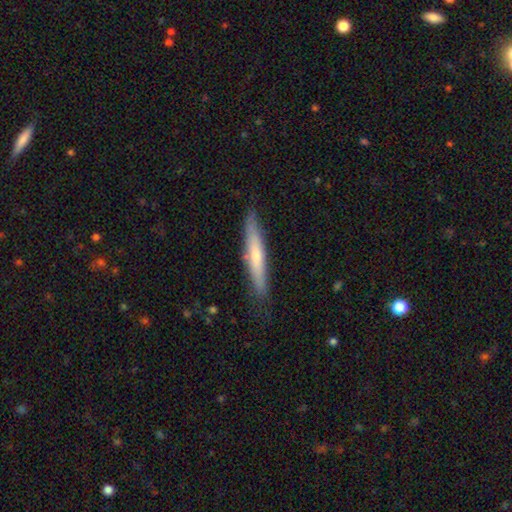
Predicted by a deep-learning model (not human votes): Q: Smooth or featured?
A: smooth (51%); runner-up: featured or disk (43%)
Q: How rounded?
A: cigar-shaped (92%); runner-up: in between (6%)
Q: Merging?
A: none (84%); runner-up: minor disturbance (12%)